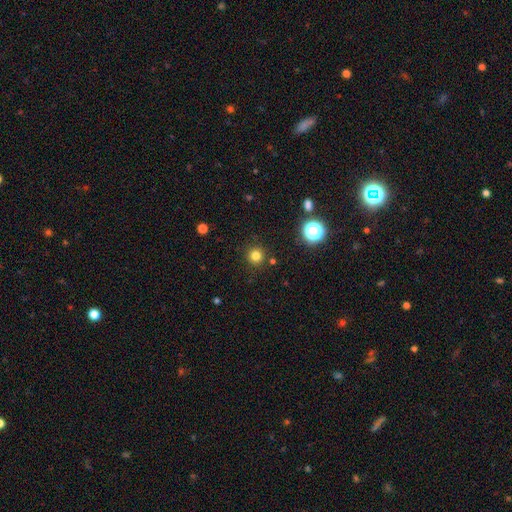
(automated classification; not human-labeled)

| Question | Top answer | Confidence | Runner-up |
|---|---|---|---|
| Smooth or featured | smooth | 79% | star or artifact (16%) |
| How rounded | round | 95% | in between (4%) |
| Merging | none | 90% | minor disturbance (6%) |